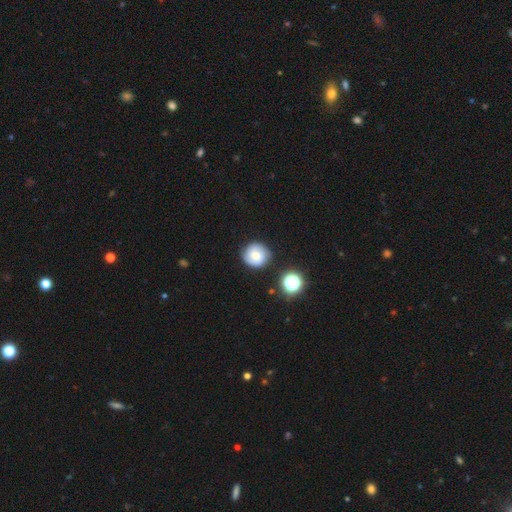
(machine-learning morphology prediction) Smooth or featured? smooth (53%)
How rounded? round (91%)
Merging? none (82%)